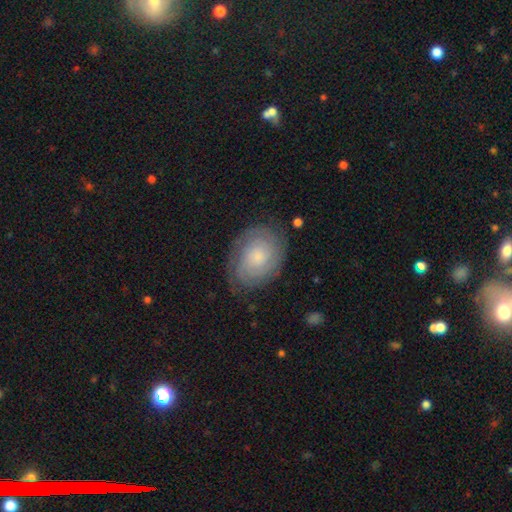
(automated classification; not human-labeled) The model was most divided on "spiral arm count": 2: 39%, can't tell: 36%, 3: 11%, 1: 5%, 4: 4%, more than 4: 4%. Remaining: edge-on disk — no (97%); spiral arms — yes (92%); bar — no (79%); merging — none (78%); spiral winding — tight (73%); smooth or featured — featured or disk (68%); bulge size — small (45%).